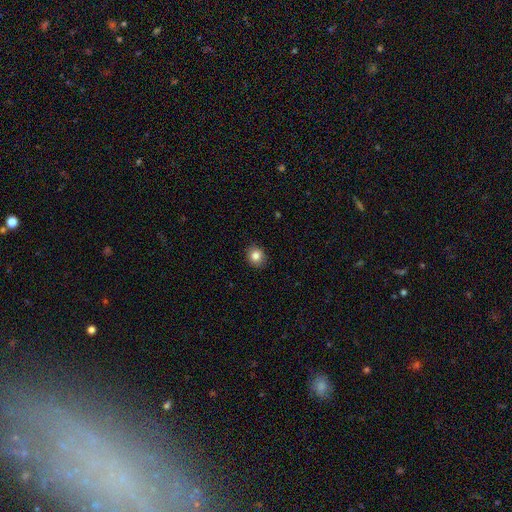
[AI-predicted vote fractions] This appears to be a smooth galaxy with no disk features (84%) that is round (79%). Merging: none (90%).